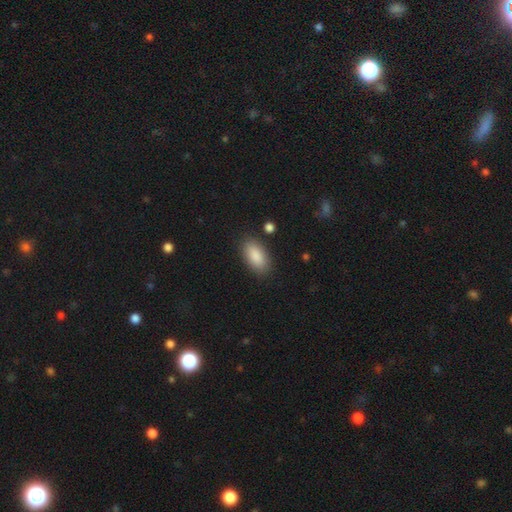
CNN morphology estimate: Smooth or featured: smooth — 88% (star or artifact — 7%)
How rounded: in between — 90% (cigar-shaped — 7%)
Merging: none — 85% (minor disturbance — 10%)